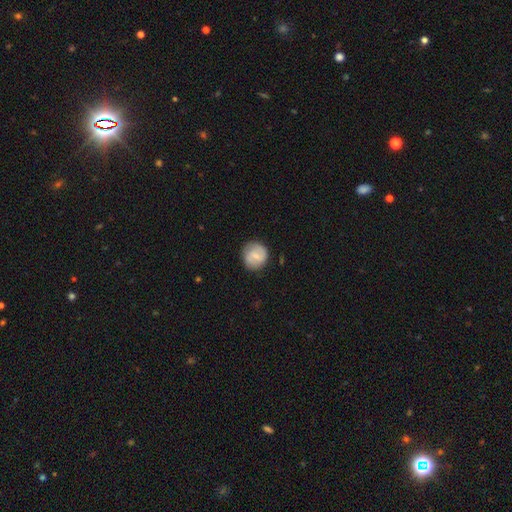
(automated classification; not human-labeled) Smooth or featured? smooth (57%)
How rounded? round (90%)
Merging? none (79%)